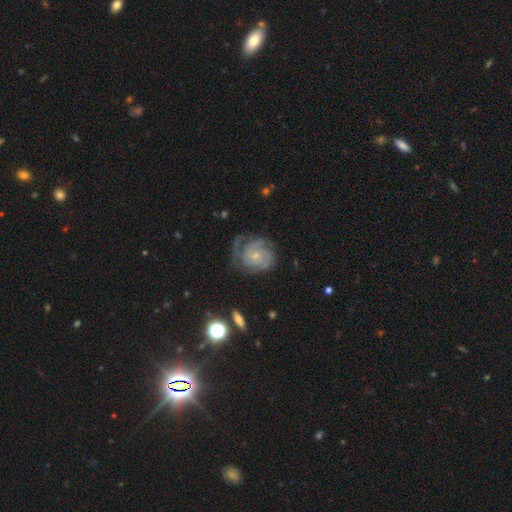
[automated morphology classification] Smooth or featured: featured or disk — 82% (smooth — 11%)
Edge-on disk: no — 98% (yes — 2%)
Bar: no — 73% (weak — 23%)
Spiral arms: yes — 95% (no — 5%)
Spiral winding: tight — 64% (medium — 29%)
Spiral arm count: can't tell — 28% (3 — 27%)
Bulge size: small — 76% (moderate — 18%)
Merging: none — 62% (minor disturbance — 21%)